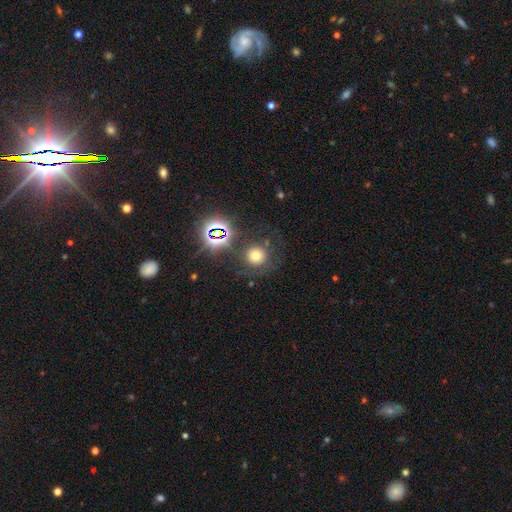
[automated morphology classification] Smooth or featured?
  - smooth: 61% *
  - star or artifact: 25%
  - featured or disk: 13%
How rounded?
  - round: 92% *
  - in between: 7%
  - cigar-shaped: 1%
Merging?
  - none: 76% *
  - minor disturbance: 11%
  - major disturbance: 8%
  - merger: 5%